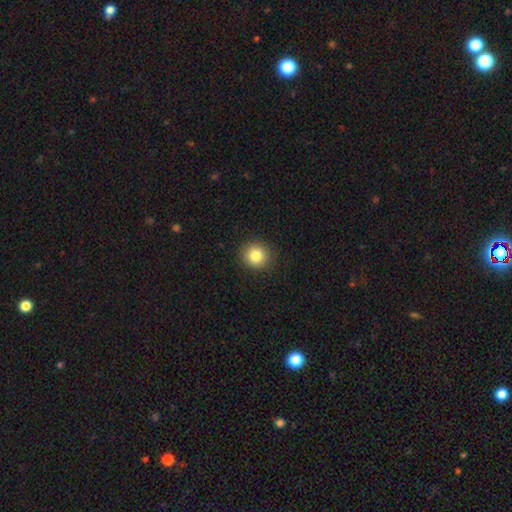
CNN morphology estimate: Smooth or featured? Predicted: smooth (p=0.84). How rounded? Predicted: round (p=0.87). Merging? Predicted: none (p=0.91).